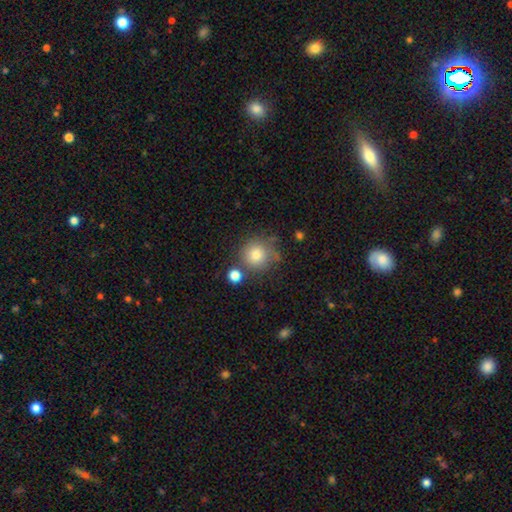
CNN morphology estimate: type=smooth (79%); roundness=round (91%); merging=none (68%).